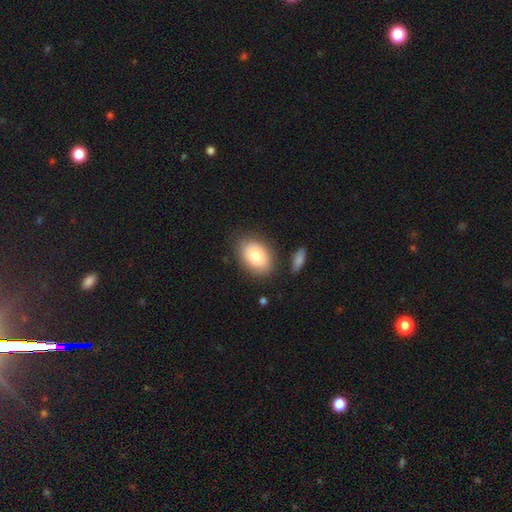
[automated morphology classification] smooth_or_featured: smooth (p=0.81) [alt: featured or disk p=0.12]
how_rounded: in between (p=0.83) [alt: round p=0.16]
merging: none (p=0.80) [alt: minor disturbance p=0.13]